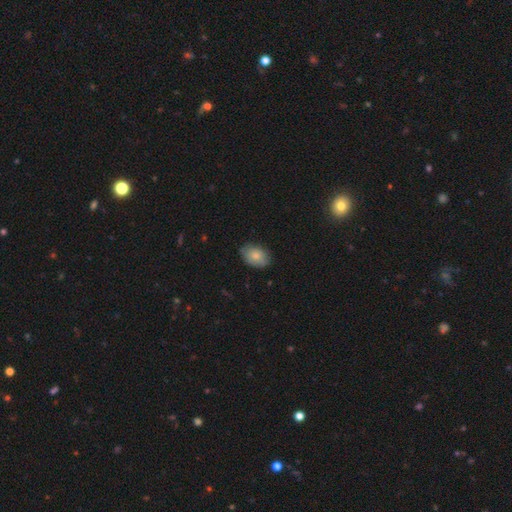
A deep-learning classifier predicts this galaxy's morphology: smooth_or_featured: smooth (p=0.81) [alt: featured or disk p=0.12]
how_rounded: in between (p=0.86) [alt: round p=0.12]
merging: none (p=0.80) [alt: minor disturbance p=0.16]